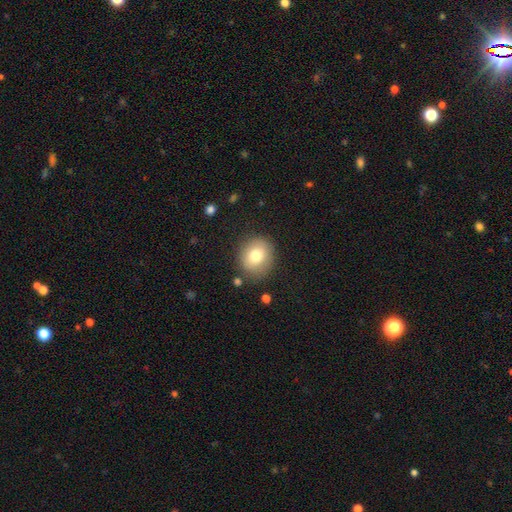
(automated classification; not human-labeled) smooth-or-featured: smooth: 77% | featured or disk: 14% | star or artifact: 9%
  how-rounded: round: 74% | in between: 25% | cigar-shaped: 1%
  merging: none: 82% | minor disturbance: 12% | major disturbance: 4% | merger: 2%